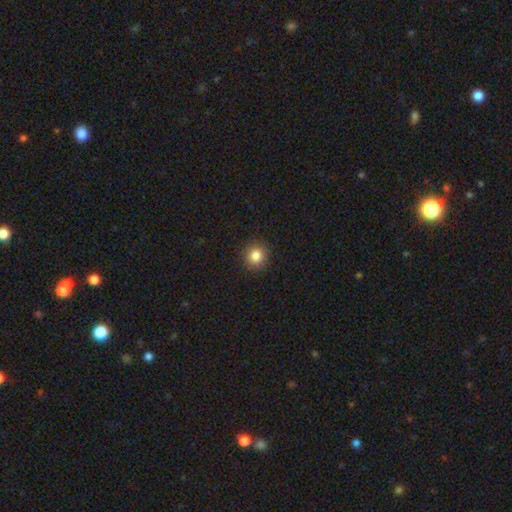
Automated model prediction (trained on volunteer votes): The model was most divided on "smooth or featured": smooth: 84%, star or artifact: 11%, featured or disk: 5%. More confident: how rounded — round (91%); merging — none (91%).